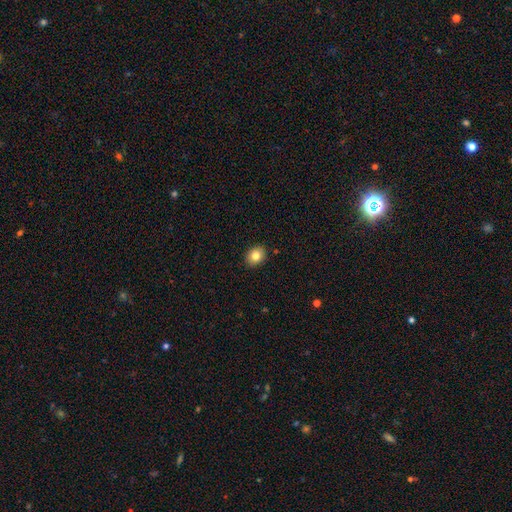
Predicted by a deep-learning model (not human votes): This is clearly a smooth galaxy (81%). How rounded: possibly round (52%). Merging: clearly none (90%).